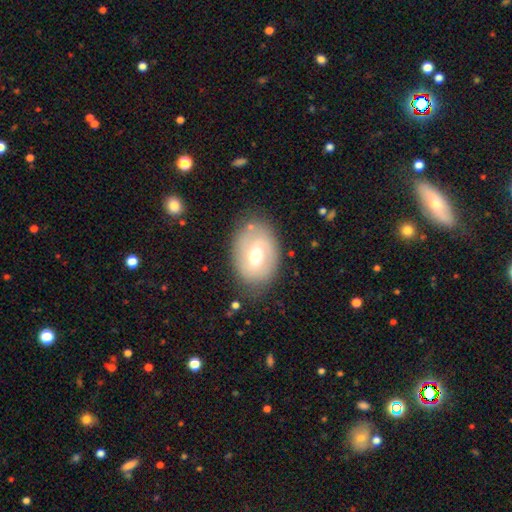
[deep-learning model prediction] Q: Smooth or featured?
A: featured or disk (60%); runner-up: smooth (34%)
Q: Edge-on disk?
A: no (94%); runner-up: yes (6%)
Q: Bar?
A: weak (54%); runner-up: no (26%)
Q: Spiral arms?
A: yes (61%); runner-up: no (39%)
Q: Bulge size?
A: moderate (71%); runner-up: small (19%)
Q: Merging?
A: none (76%); runner-up: minor disturbance (16%)